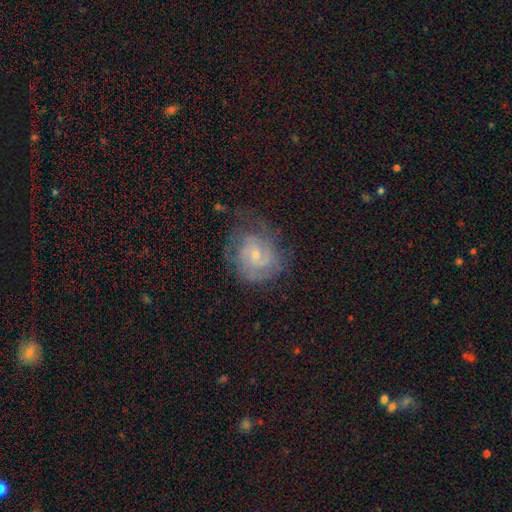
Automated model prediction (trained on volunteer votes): featured or disk 77%, smooth 16%, star or artifact 7%. Down the decision tree: edge-on disk — no (98%); bar — no (61%); spiral arms — yes (93%); spiral arm count — 2 (44%); spiral winding — tight (55%); bulge size — small (69%); merging — none (61%).